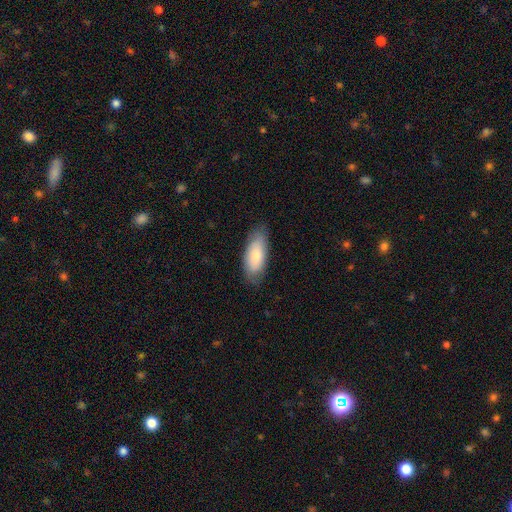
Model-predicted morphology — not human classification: smooth_or_featured: smooth (p=0.76) [alt: featured or disk p=0.18]
how_rounded: in between (p=0.83) [alt: cigar-shaped p=0.15]
merging: none (p=0.77) [alt: minor disturbance p=0.18]